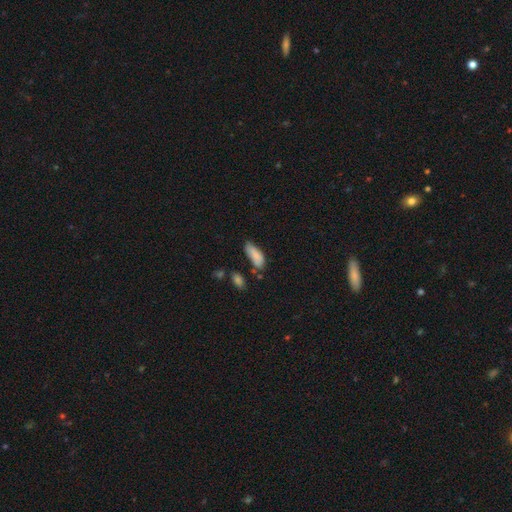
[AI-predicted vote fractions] The model was most divided on "merging": none: 55%, minor disturbance: 30%, major disturbance: 7%, merger: 7%. More confident: smooth or featured — smooth (83%); how rounded — in between (78%).